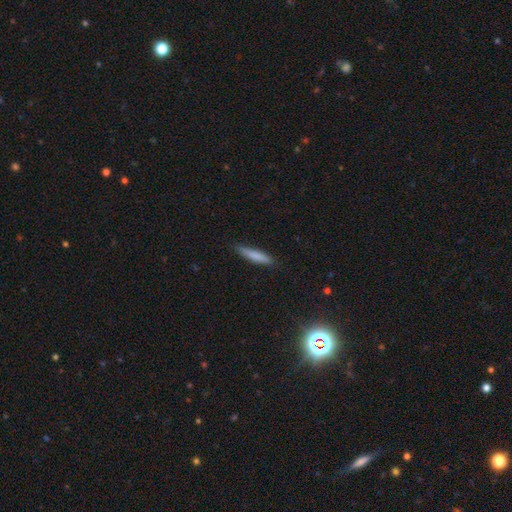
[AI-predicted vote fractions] The model was most divided on "smooth or featured": smooth: 80%, featured or disk: 14%, star or artifact: 6%. More confident: how rounded — cigar-shaped (88%); merging — none (85%).